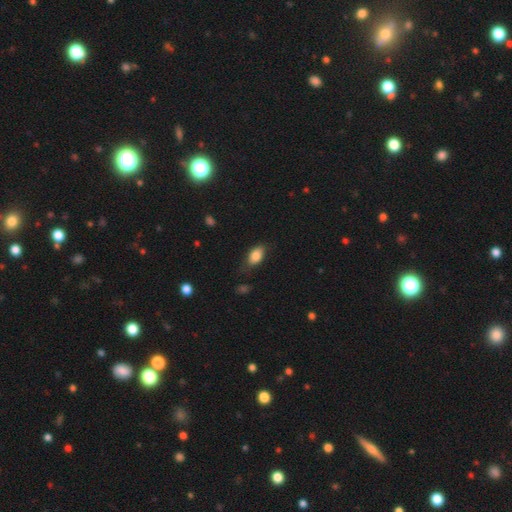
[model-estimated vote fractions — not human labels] The model was most divided on "merging": none: 71%, minor disturbance: 21%, major disturbance: 6%, merger: 2%. More confident: how rounded — in between (91%); smooth or featured — smooth (83%).